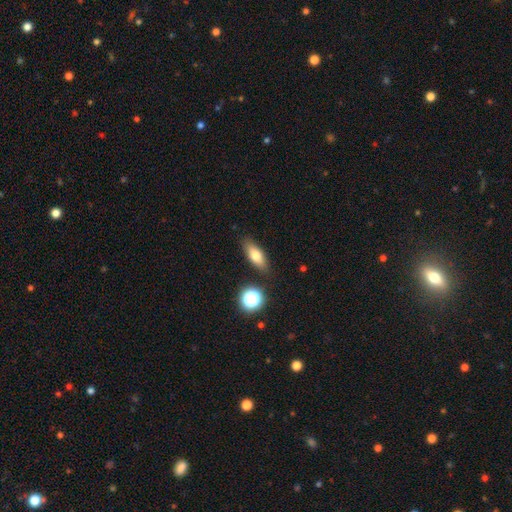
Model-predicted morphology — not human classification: Q: Smooth or featured?
A: smooth (72%); runner-up: featured or disk (19%)
Q: How rounded?
A: in between (68%); runner-up: cigar-shaped (26%)
Q: Merging?
A: none (84%); runner-up: minor disturbance (10%)